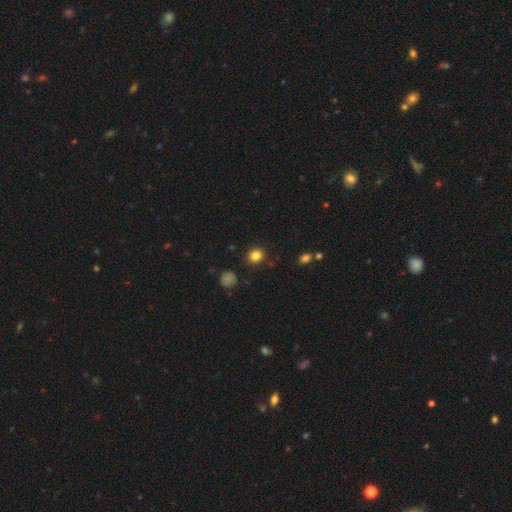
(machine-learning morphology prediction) Overall: smooth (83%). How rounded: round (79%). Merging: none (89%).